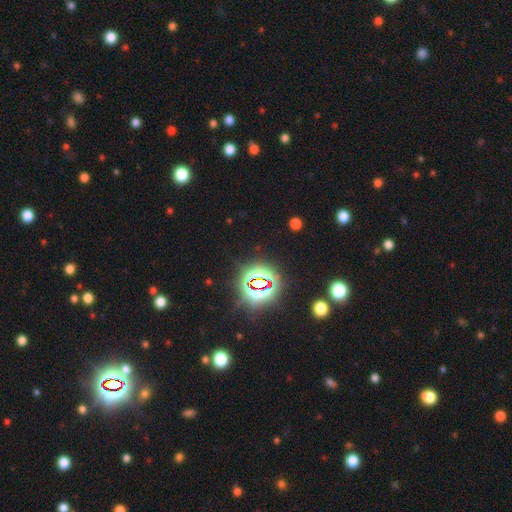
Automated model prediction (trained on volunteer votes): This is clearly a star or artifact rather than a galaxy (81%).